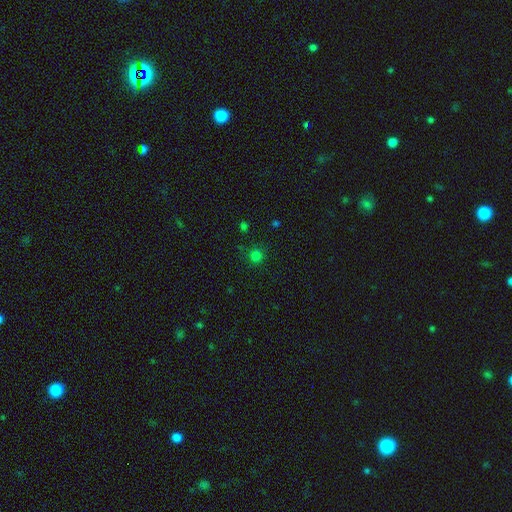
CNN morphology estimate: Q: Smooth or featured?
A: smooth (75%); runner-up: star or artifact (21%)
Q: How rounded?
A: round (93%); runner-up: in between (6%)
Q: Merging?
A: none (84%); runner-up: minor disturbance (10%)